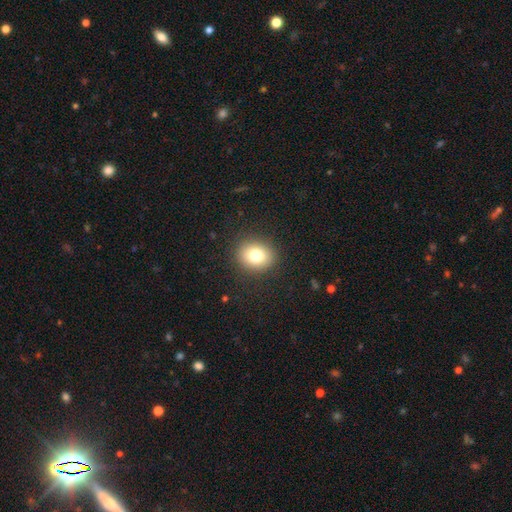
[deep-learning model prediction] Smooth or featured?
  - smooth: 79% *
  - star or artifact: 11%
  - featured or disk: 10%
How rounded?
  - round: 62% *
  - in between: 37%
  - cigar-shaped: 1%
Merging?
  - none: 89% *
  - minor disturbance: 7%
  - major disturbance: 3%
  - merger: 1%